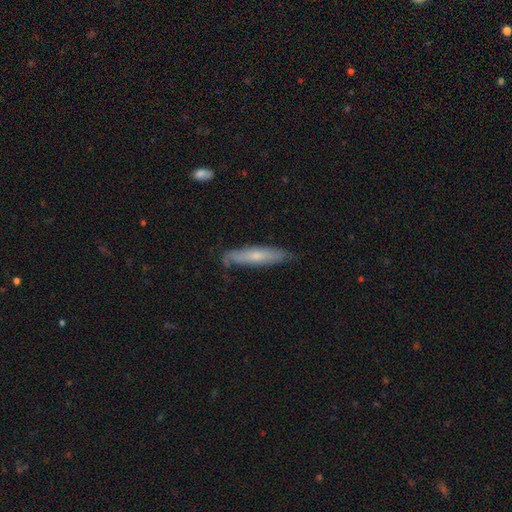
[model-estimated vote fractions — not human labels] smooth-or-featured: smooth: 54% | featured or disk: 40% | star or artifact: 7%
  how-rounded: cigar-shaped: 85% | in between: 14% | round: 1%
  merging: none: 73% | minor disturbance: 22% | major disturbance: 4% | merger: 2%